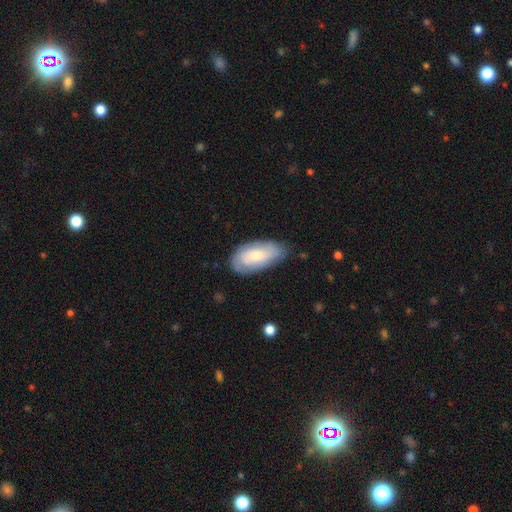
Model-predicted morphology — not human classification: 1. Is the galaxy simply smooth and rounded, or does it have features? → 55% smooth, 38% featured or disk, 6% star or artifact.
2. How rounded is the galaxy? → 91% in between, 6% cigar-shaped, 3% round.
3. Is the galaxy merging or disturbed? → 72% none, 22% minor disturbance, 5% major disturbance, 2% merger.